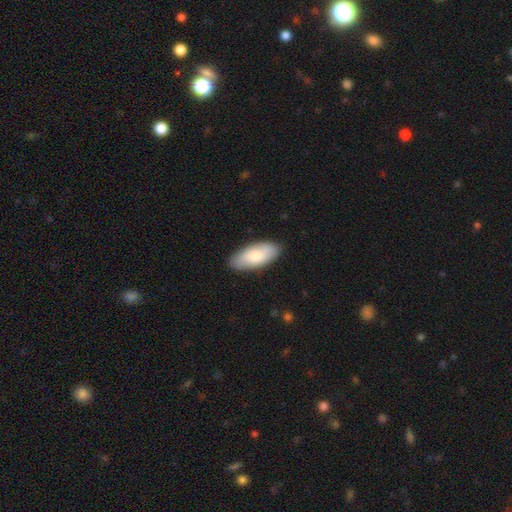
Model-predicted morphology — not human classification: A smooth galaxy with no disk features (76%) that is in between round and cigar-shaped (89%). Merging: none (87%).